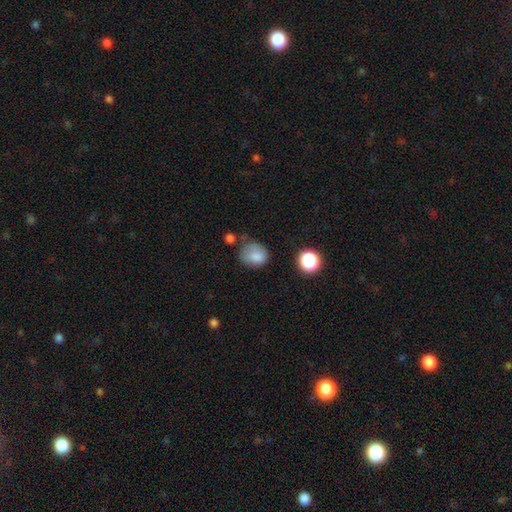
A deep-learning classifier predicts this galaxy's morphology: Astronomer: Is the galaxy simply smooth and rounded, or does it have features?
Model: smooth — 79%.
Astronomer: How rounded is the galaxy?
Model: round — 62%.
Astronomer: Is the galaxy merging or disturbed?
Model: none — 44% (runner-up: minor disturbance, 33%).